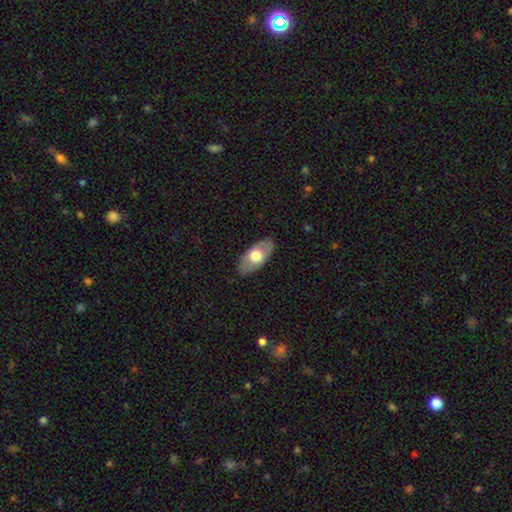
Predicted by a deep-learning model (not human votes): A smooth galaxy with no disk features (61%) that is in between round and cigar-shaped (90%).

Vote fractions:
- Smooth or featured? smooth: 61% / featured or disk: 34% / star or artifact: 5%
- How rounded? in between: 90% / cigar-shaped: 6% / round: 3%
- Merging? none: 85% / minor disturbance: 12% / major disturbance: 3% / merger: 1%